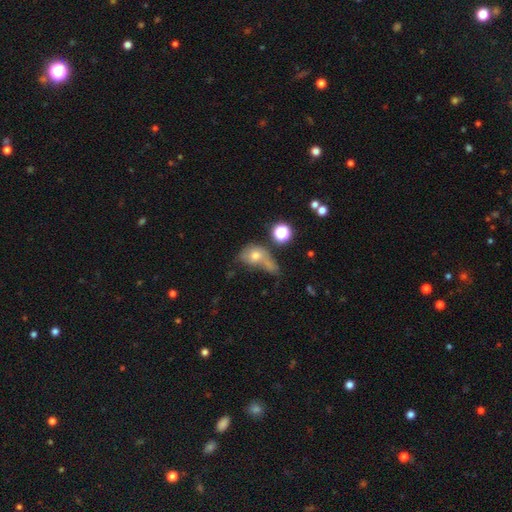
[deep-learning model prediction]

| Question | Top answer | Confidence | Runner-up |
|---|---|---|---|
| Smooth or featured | smooth | 61% | featured or disk (24%) |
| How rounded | in between | 51% | round (46%) |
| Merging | merger | 32% | major disturbance (26%) |